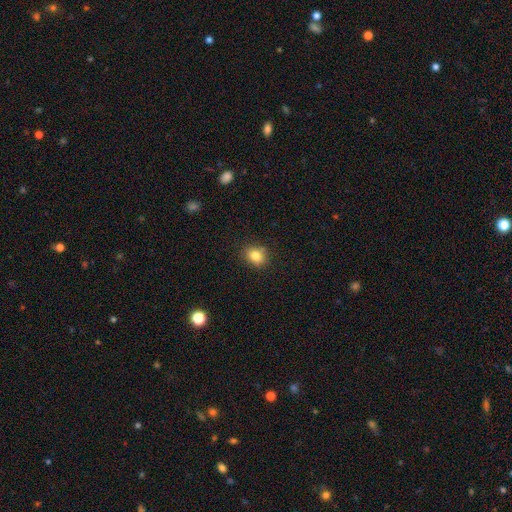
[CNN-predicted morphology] Overall: smooth (82%). How rounded: round (68%; in between 31%). Merging: none (86%).